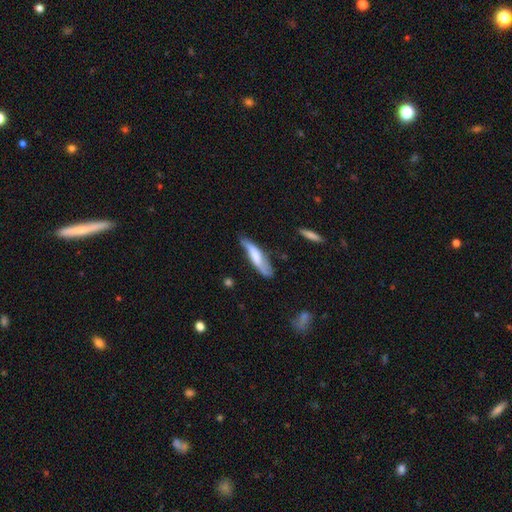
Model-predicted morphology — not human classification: A smooth galaxy with no disk features (49%).

Vote fractions:
- Smooth or featured? smooth: 49% / featured or disk: 44% / star or artifact: 6%
- Merging? none: 53% / minor disturbance: 32% / major disturbance: 11% / merger: 4%